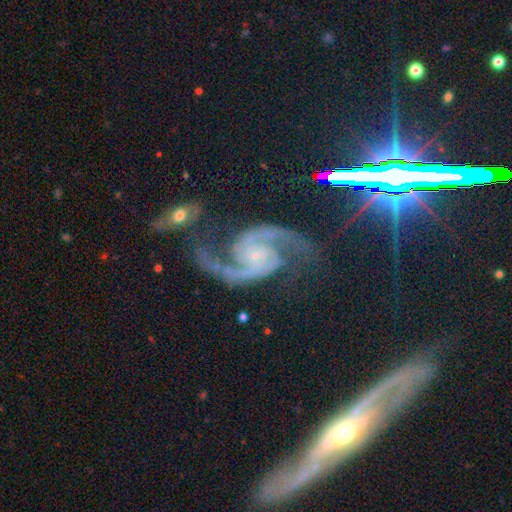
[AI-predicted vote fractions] smooth-or-featured: featured or disk: 92% | star or artifact: 6% | smooth: 2%
  disk-edge-on: no: 98% | yes: 2%
    bar: no: 68% | weak: 23% | strong: 9%
    has-spiral-arms: yes: 98% | no: 2%
      spiral-winding: medium: 56% | loose: 31% | tight: 13%
      spiral-arm-count: 2: 94% | 3: 1% | can't tell: 1% | 1: 1% | 4: 1% | more than 4: 1%
    bulge-size: small: 81% | moderate: 11% | none: 5% | large: 1% | dominant: 1%
  merging: none: 67% | minor disturbance: 17% | major disturbance: 12% | merger: 5%